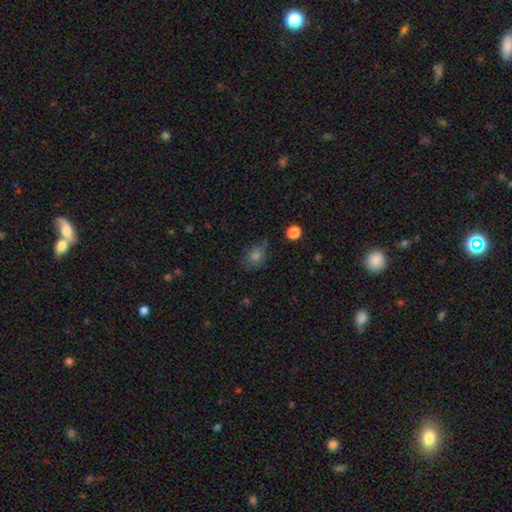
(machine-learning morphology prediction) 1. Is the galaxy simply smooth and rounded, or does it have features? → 73% smooth, 16% star or artifact, 10% featured or disk.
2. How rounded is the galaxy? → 56% round, 43% in between, 1% cigar-shaped.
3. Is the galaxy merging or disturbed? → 70% none, 21% minor disturbance, 5% major disturbance, 4% merger.